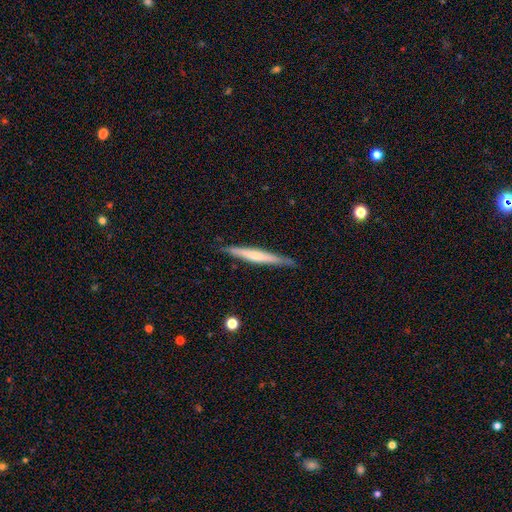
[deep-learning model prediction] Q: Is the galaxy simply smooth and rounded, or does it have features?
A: smooth — 48%.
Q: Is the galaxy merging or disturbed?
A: none — 85%.